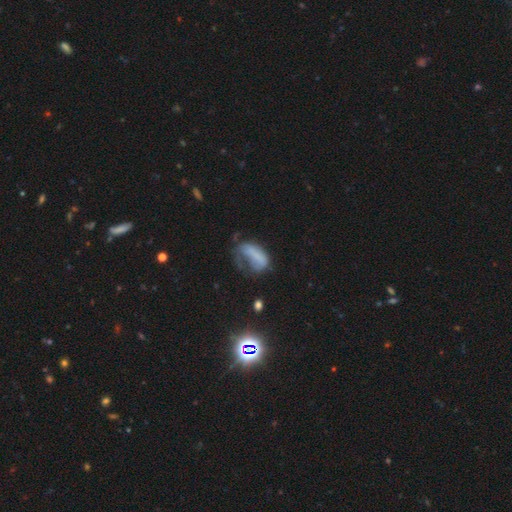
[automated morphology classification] This appears to be a smooth galaxy with no disk features (54%) that is in between round and cigar-shaped (83%). Merging: major disturbance (52%).